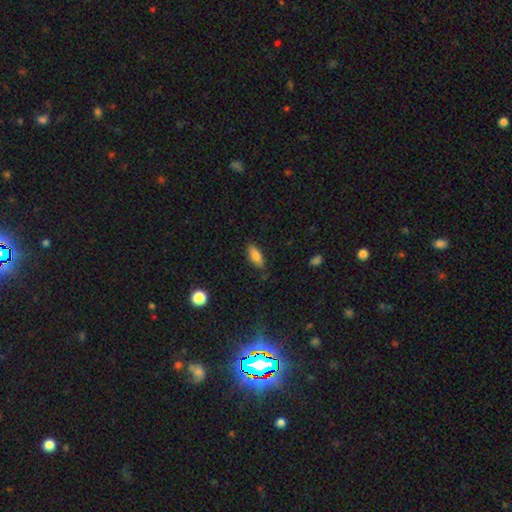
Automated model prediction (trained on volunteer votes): smooth 82%, featured or disk 10%, star or artifact 8%. Down the decision tree: how rounded — in between (73%); merging — none (80%).